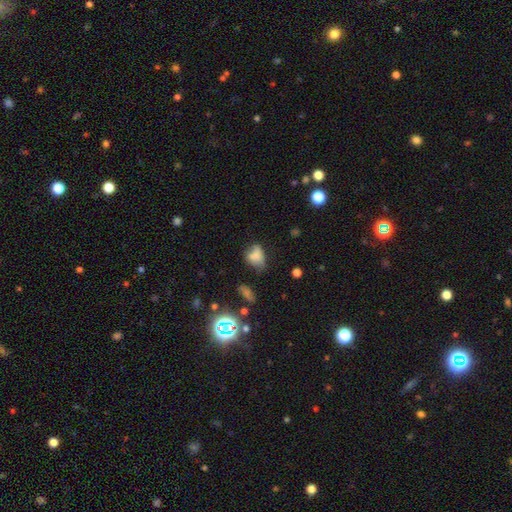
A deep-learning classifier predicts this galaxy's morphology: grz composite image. It shows a smooth galaxy with no disk features (71%) that is in between round and cigar-shaped (76%). Merging: none (38%).